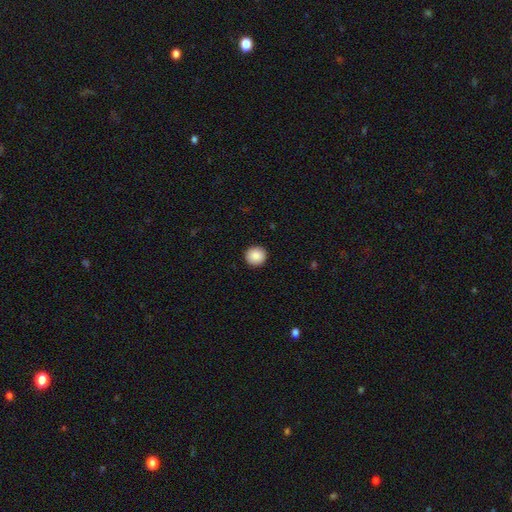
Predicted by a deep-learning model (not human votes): This appears to be a smooth galaxy with no disk features (89%) that is round (95%). Merging: none (93%).